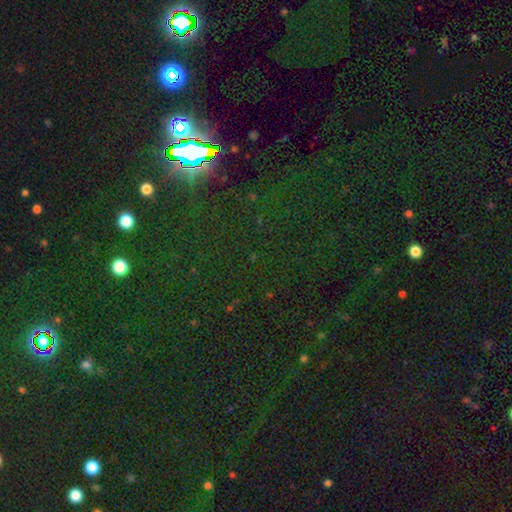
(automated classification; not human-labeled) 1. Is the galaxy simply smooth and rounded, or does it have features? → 81% star or artifact, 12% smooth, 7% featured or disk.